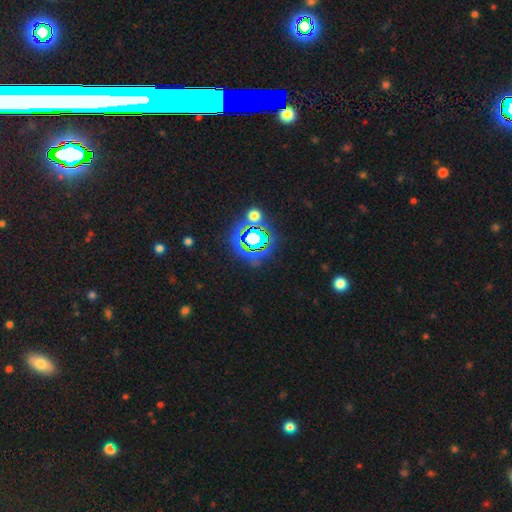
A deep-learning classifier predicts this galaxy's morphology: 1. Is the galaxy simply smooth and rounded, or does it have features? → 68% star or artifact, 18% featured or disk, 14% smooth.